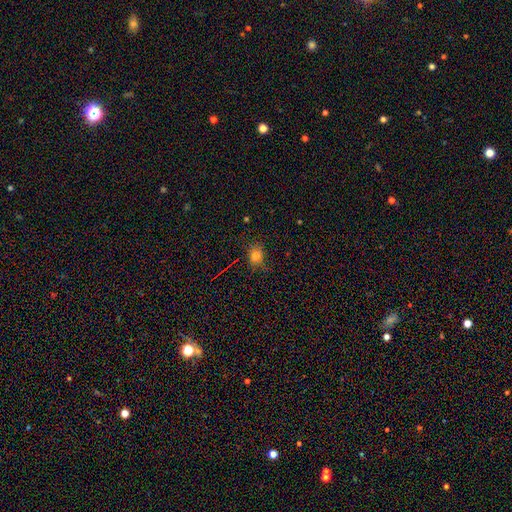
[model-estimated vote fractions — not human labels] The model was most divided on "how rounded": round: 54%, in between: 44%, cigar-shaped: 2%. More confident: merging — none (75%); smooth or featured — smooth (75%).